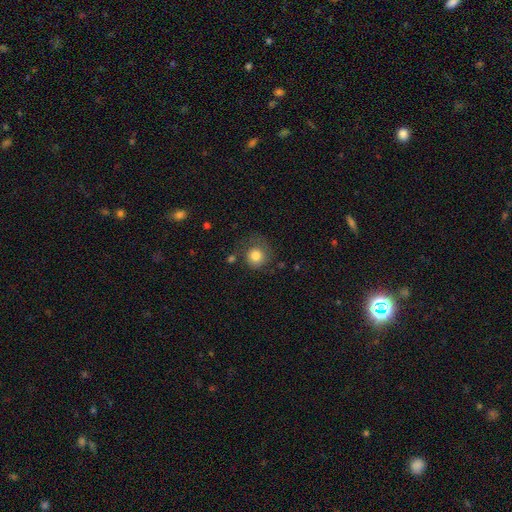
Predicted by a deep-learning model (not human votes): Smooth or featured?
  - smooth: 79% *
  - featured or disk: 12%
  - star or artifact: 9%
How rounded?
  - round: 90% *
  - in between: 9%
  - cigar-shaped: 1%
Merging?
  - none: 61% *
  - minor disturbance: 21%
  - major disturbance: 14%
  - merger: 4%